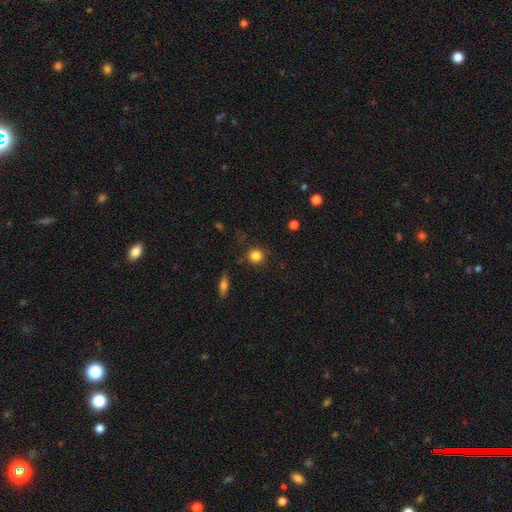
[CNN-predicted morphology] Smooth or featured?
  - smooth: 84% *
  - star or artifact: 11%
  - featured or disk: 6%
How rounded?
  - round: 92% *
  - in between: 7%
  - cigar-shaped: 1%
Merging?
  - none: 85% *
  - minor disturbance: 9%
  - major disturbance: 3%
  - merger: 3%